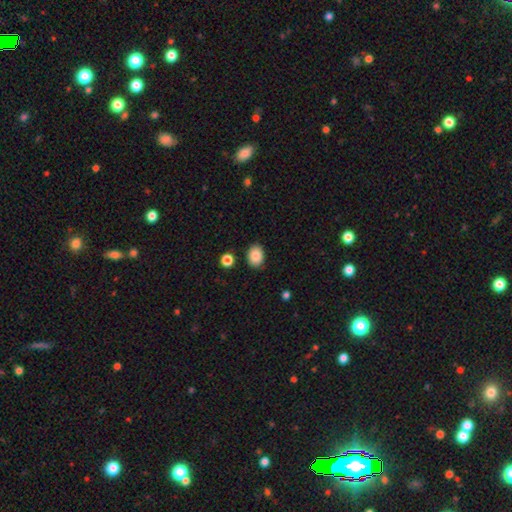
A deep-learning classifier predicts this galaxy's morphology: Q: Smooth or featured?
A: smooth (87%); runner-up: star or artifact (8%)
Q: How rounded?
A: in between (69%); runner-up: round (30%)
Q: Merging?
A: none (86%); runner-up: minor disturbance (9%)